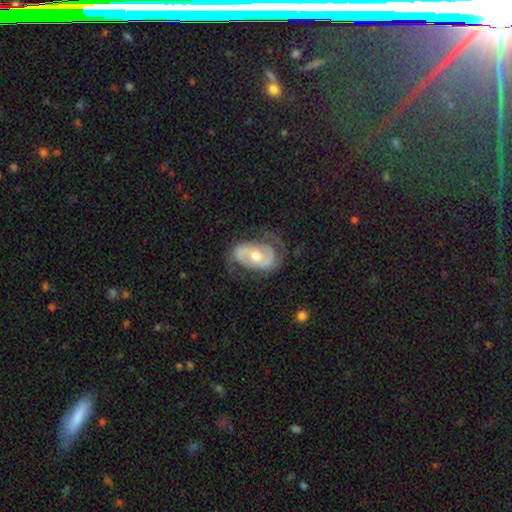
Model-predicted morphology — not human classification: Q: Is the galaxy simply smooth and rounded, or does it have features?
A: featured or disk — 78%.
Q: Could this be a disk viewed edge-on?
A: no — 96%.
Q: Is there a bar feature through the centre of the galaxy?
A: no — 53%.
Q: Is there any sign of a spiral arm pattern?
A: yes — 83%.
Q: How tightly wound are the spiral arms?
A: medium — 42%.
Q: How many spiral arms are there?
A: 2 — 83%.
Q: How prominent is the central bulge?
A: moderate — 74%.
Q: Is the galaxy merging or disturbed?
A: none — 63%.